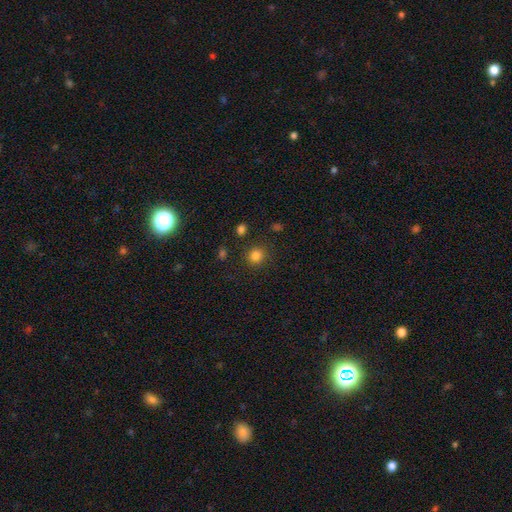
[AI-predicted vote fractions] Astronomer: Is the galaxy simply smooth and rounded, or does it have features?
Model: smooth — 82%.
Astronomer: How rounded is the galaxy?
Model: round — 88%.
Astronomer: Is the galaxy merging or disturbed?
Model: none — 86%.